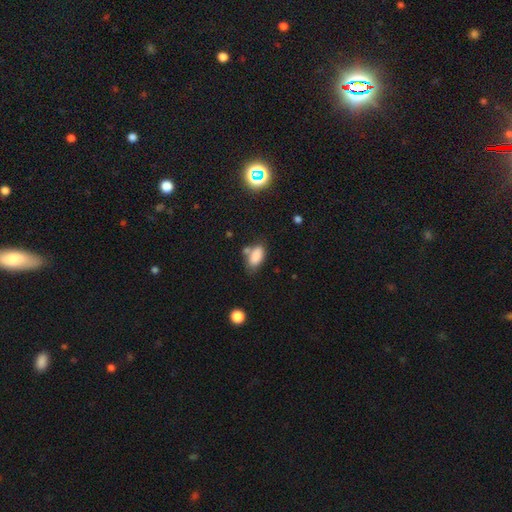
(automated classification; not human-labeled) Smooth or featured? smooth (84%)
How rounded? in between (91%)
Merging? none (57%)